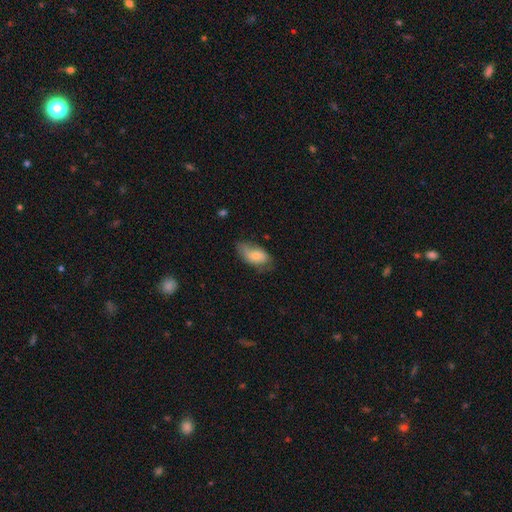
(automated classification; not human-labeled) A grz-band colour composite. It shows a smooth galaxy with no disk features (75%) that is in between round and cigar-shaped (93%). Merging: none (50%).